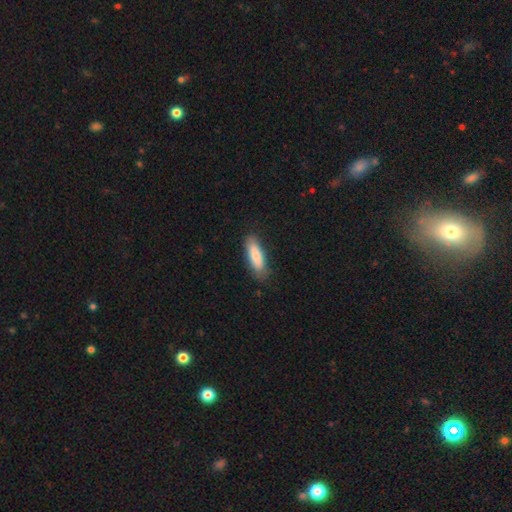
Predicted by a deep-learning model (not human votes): Q: Smooth or featured?
A: smooth (83%); runner-up: featured or disk (12%)
Q: How rounded?
A: in between (52%); runner-up: cigar-shaped (46%)
Q: Merging?
A: none (81%); runner-up: minor disturbance (14%)